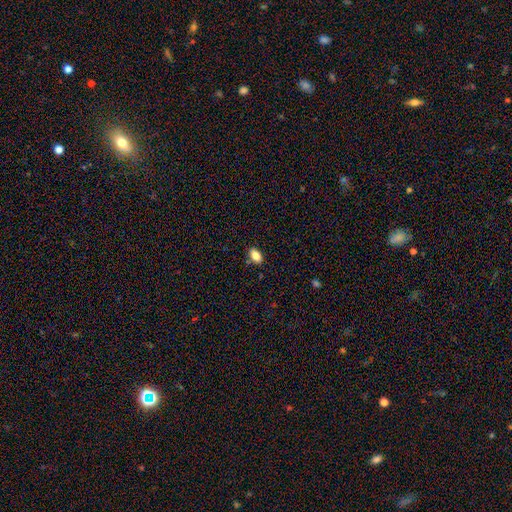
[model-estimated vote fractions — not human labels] smooth_or_featured: smooth (p=0.85) [alt: star or artifact p=0.09]
how_rounded: in between (p=0.89) [alt: round p=0.09]
merging: none (p=0.86) [alt: minor disturbance p=0.10]